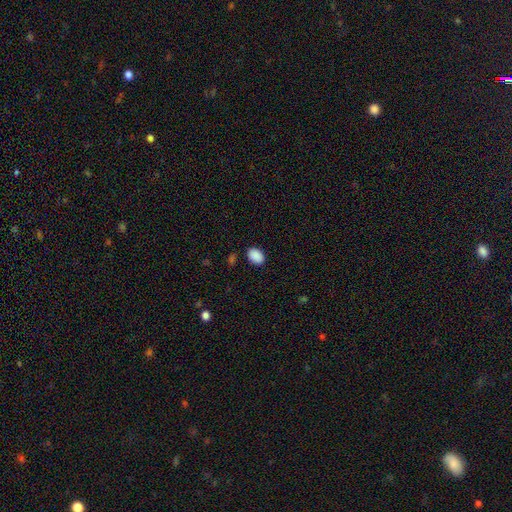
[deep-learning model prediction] A smooth galaxy with no disk features (90%) that is in between round and cigar-shaped (83%). Merging: none (86%).